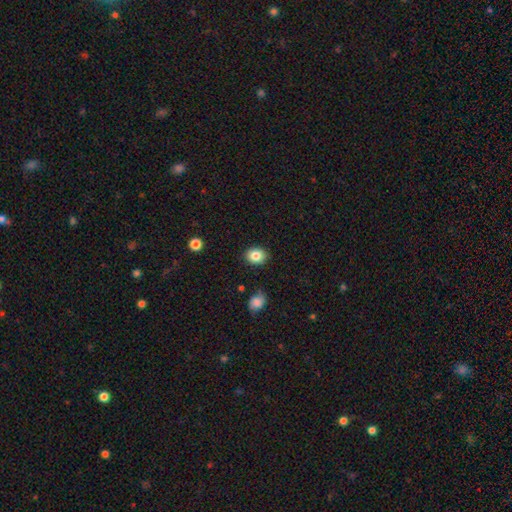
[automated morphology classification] Smooth or featured?
  - smooth: 84% *
  - star or artifact: 9%
  - featured or disk: 7%
How rounded?
  - round: 56% *
  - in between: 43%
  - cigar-shaped: 1%
Merging?
  - none: 87% *
  - minor disturbance: 9%
  - major disturbance: 2%
  - merger: 2%